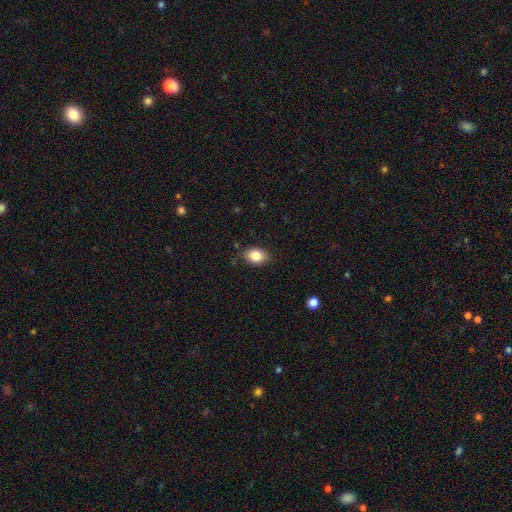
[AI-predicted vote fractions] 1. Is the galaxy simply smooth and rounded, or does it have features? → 85% smooth, 8% star or artifact, 7% featured or disk.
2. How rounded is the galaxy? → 77% in between, 21% round, 1% cigar-shaped.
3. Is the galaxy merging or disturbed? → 83% none, 13% minor disturbance, 3% major disturbance, 1% merger.